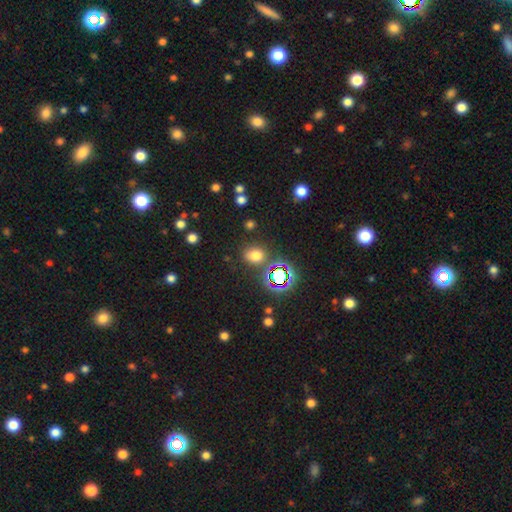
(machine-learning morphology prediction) type=smooth (64%); roundness=round (53%); merging=none (78%).